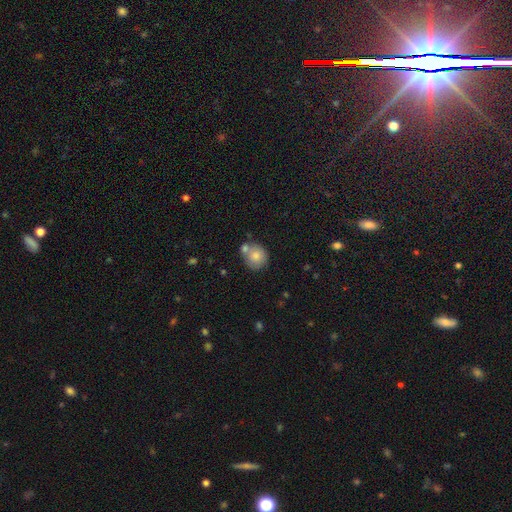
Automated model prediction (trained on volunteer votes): Q: Smooth or featured?
A: smooth (78%); runner-up: featured or disk (14%)
Q: How rounded?
A: round (85%); runner-up: in between (14%)
Q: Merging?
A: none (54%); runner-up: merger (30%)